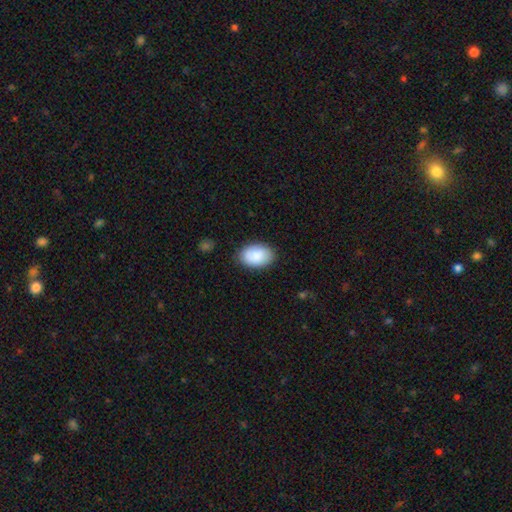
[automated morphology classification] A smooth galaxy with no disk features (89%) that is in between round and cigar-shaped (89%).

Vote fractions:
- Smooth or featured? smooth: 89% / star or artifact: 6% / featured or disk: 6%
- How rounded? in between: 89% / round: 10% / cigar-shaped: 1%
- Merging? none: 85% / minor disturbance: 12% / major disturbance: 3% / merger: 1%